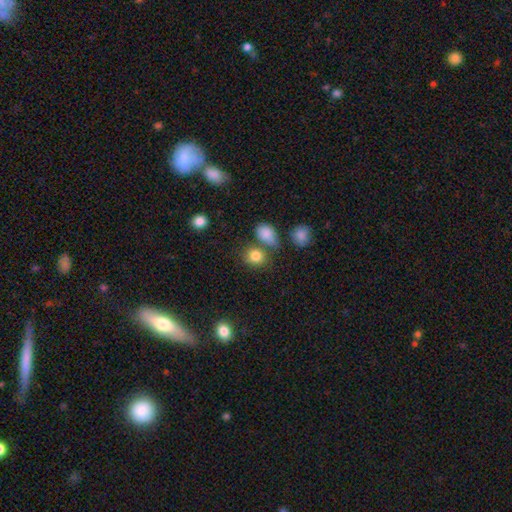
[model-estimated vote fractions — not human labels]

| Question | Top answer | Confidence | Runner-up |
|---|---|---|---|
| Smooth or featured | smooth | 82% | star or artifact (11%) |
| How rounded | round | 69% | in between (29%) |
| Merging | none | 63% | merger (20%) |